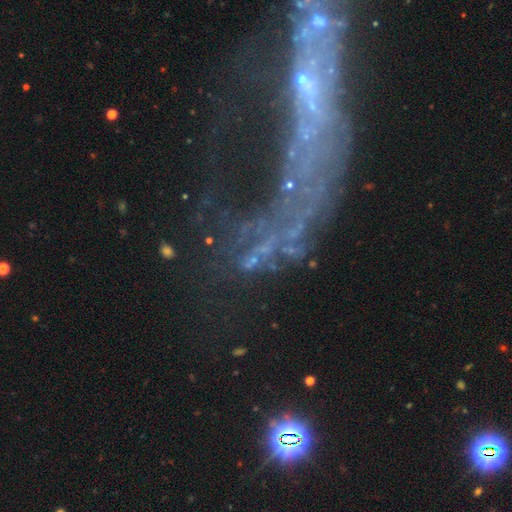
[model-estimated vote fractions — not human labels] Smooth or featured?
  - featured or disk: 45% *
  - star or artifact: 36%
  - smooth: 19%
Merging?
  - major disturbance: 34% *
  - none: 33%
  - merger: 19%
  - minor disturbance: 14%